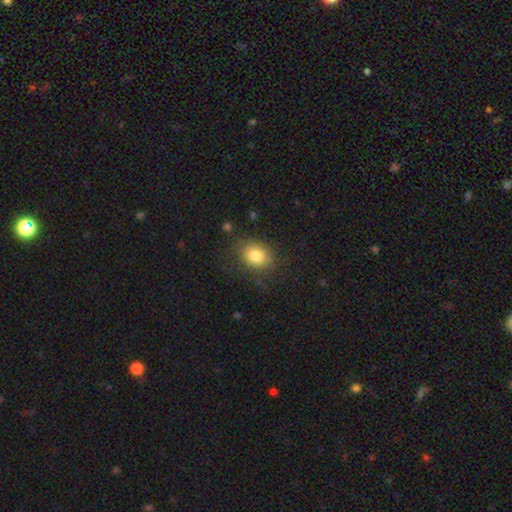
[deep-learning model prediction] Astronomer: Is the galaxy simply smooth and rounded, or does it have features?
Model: smooth — 82%.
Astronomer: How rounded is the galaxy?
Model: in between — 62% (runner-up: round, 37%).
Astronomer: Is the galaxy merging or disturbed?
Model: none — 80%.